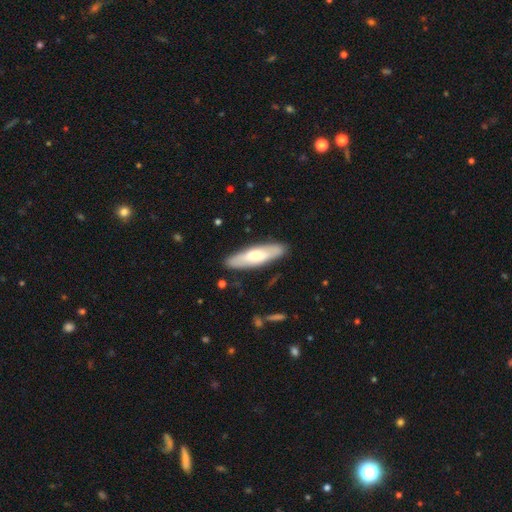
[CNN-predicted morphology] This is possibly a smooth galaxy (59%). How rounded: likely cigar-shaped (60%). Merging: clearly none (87%).